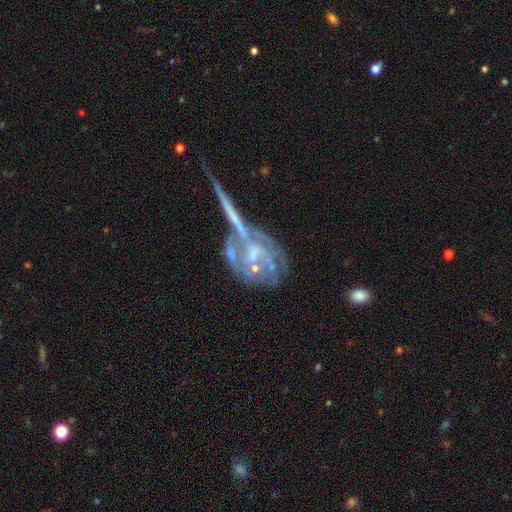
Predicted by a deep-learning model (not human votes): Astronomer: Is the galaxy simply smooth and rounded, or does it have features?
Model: featured or disk — 74%.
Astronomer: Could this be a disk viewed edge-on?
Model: no — 93%.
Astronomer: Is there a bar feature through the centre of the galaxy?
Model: no — 67%.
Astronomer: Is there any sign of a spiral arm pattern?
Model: no — 50%, tied with yes at 50%.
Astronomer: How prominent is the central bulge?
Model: small — 38% (runner-up: moderate, 30%).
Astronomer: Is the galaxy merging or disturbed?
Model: merger — 31% (runner-up: none, 28%).